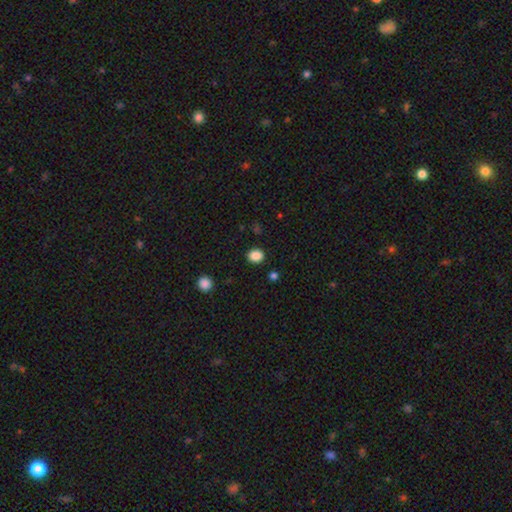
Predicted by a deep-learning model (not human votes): A smooth galaxy with no disk features (87%) that is round (68%).

Vote fractions:
- Smooth or featured? smooth: 87% / star or artifact: 10% / featured or disk: 3%
- How rounded? round: 68% / in between: 31% / cigar-shaped: 1%
- Merging? none: 89% / minor disturbance: 7% / major disturbance: 2% / merger: 2%